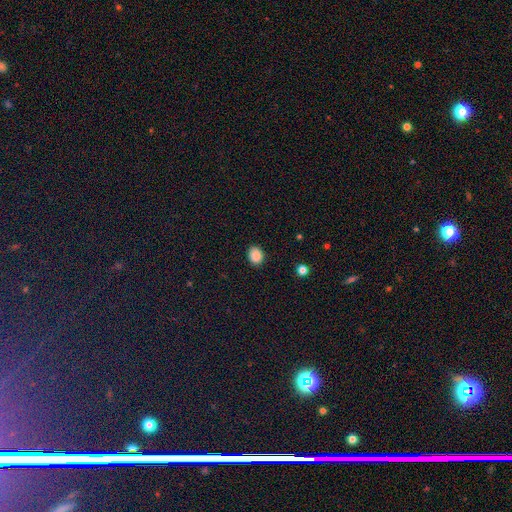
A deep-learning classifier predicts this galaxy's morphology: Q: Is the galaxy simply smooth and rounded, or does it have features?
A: smooth — 88%.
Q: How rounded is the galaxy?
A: in between — 51%.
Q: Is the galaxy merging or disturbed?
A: none — 88%.